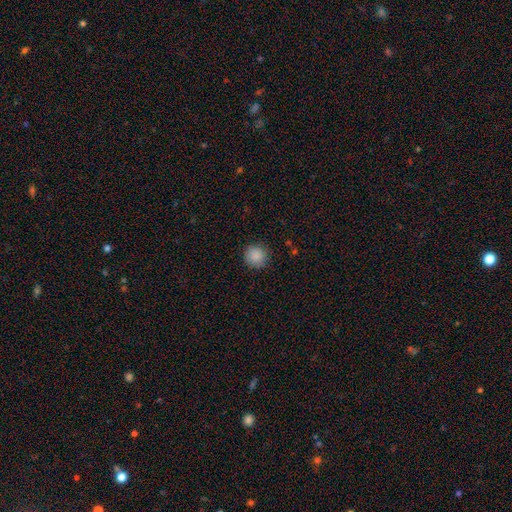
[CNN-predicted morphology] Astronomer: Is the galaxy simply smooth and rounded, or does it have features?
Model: smooth — 88%.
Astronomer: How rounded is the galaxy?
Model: round — 95%.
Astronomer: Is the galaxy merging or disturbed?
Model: none — 90%.